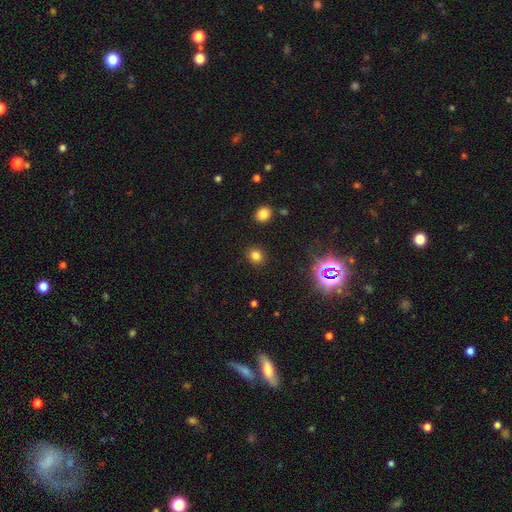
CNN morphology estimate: Smooth or featured? smooth (78%)
How rounded? round (80%)
Merging? none (90%)